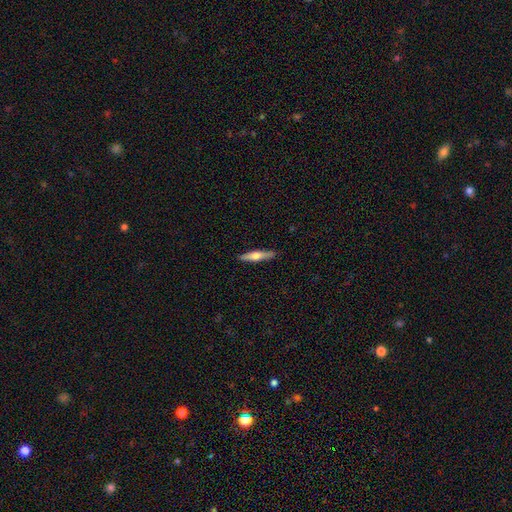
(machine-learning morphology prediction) This appears to be a featured or disk galaxy (51%) viewed edge-on (95%). Merging: none (90%).